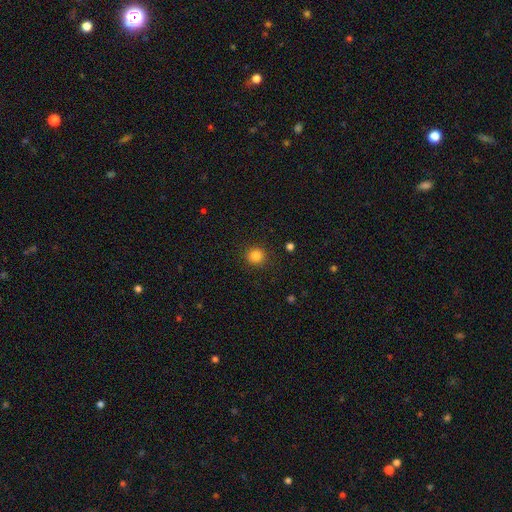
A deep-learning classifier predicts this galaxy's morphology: Smooth or featured? smooth (84%)
How rounded? round (90%)
Merging? none (90%)